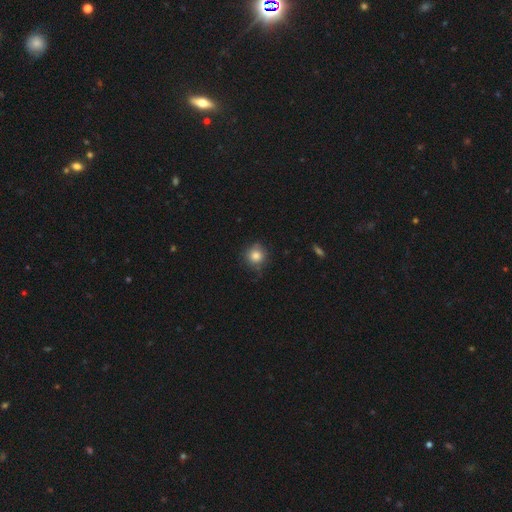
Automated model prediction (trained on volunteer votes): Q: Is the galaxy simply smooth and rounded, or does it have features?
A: smooth — 83%.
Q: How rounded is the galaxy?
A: round — 92%.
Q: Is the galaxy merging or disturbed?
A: none — 80%.